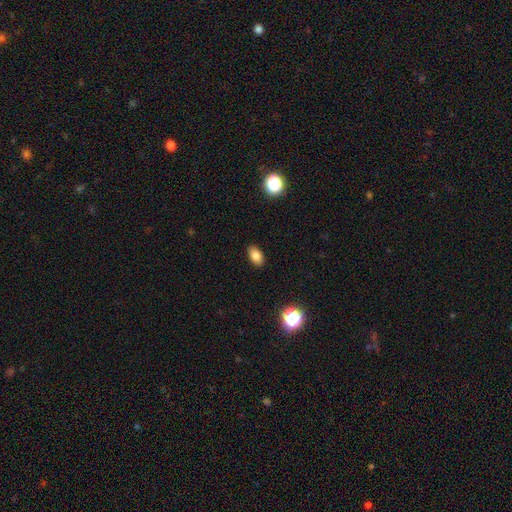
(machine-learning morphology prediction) Overall: smooth (83%). How rounded: in between (90%). Merging: none (89%).